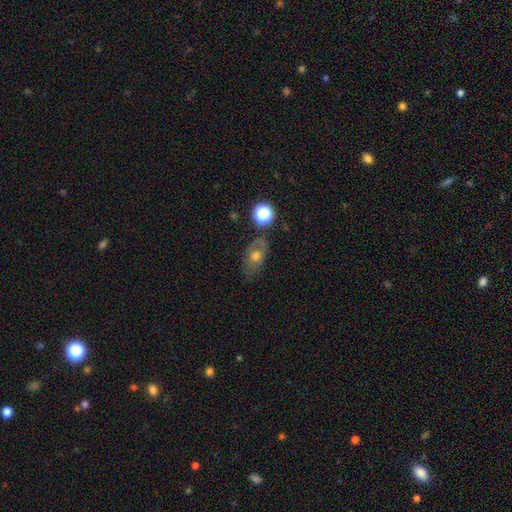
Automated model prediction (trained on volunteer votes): This appears to be a smooth galaxy with no disk features (50%) that is in between round and cigar-shaped (77%). Merging: none (67%).